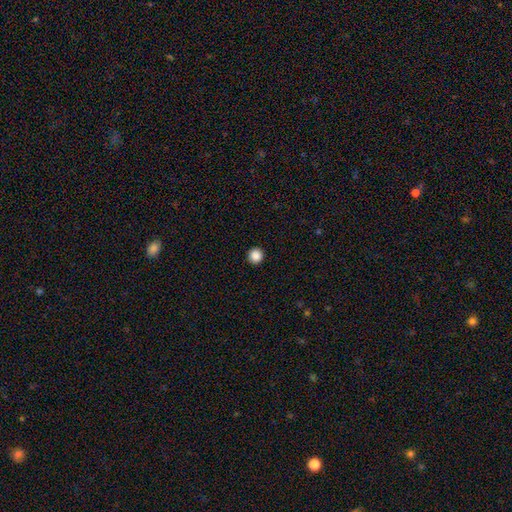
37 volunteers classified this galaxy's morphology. This is clearly a smooth galaxy (92%). How rounded: clearly round (97%). Merging: clearly none (94%).